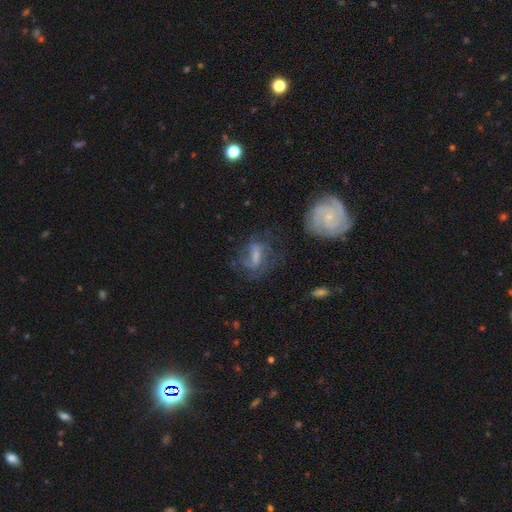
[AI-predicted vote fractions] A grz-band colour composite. It shows a featured or disk galaxy (59%) with a weak bar (41%), spiral arms (74%) and a small central bulge (39%). Merging: none (50%).